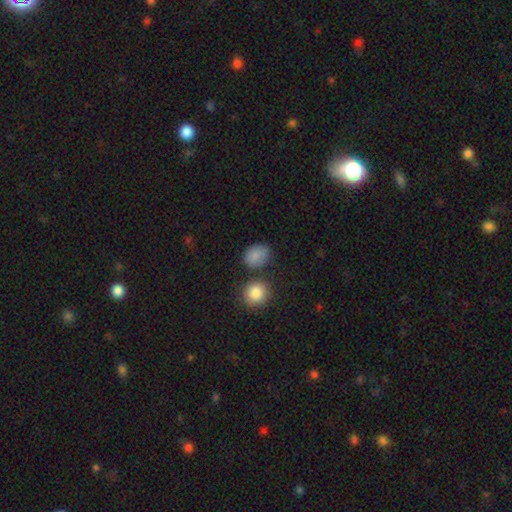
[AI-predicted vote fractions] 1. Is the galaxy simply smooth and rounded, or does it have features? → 85% smooth, 10% star or artifact, 5% featured or disk.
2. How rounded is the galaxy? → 52% in between, 47% round, 1% cigar-shaped.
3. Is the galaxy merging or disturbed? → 69% none, 17% minor disturbance, 9% merger, 5% major disturbance.